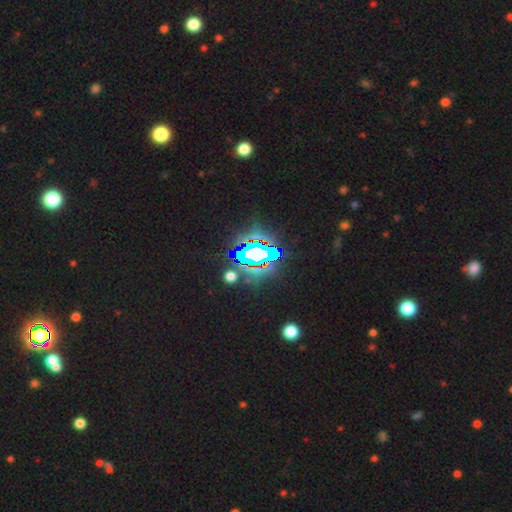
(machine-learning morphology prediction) star or artifact 71%, featured or disk 15%, smooth 14%.